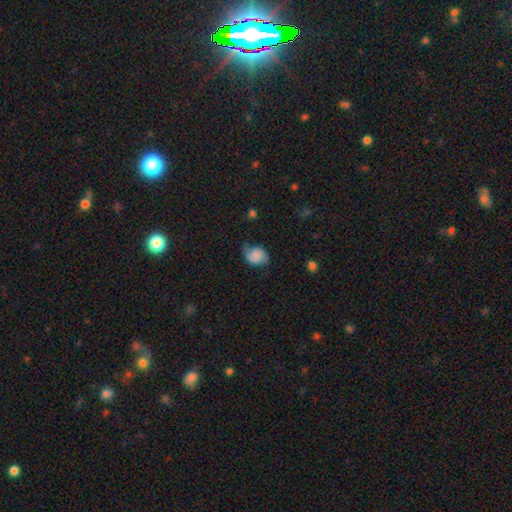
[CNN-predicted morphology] smooth 64%, featured or disk 26%, star or artifact 10%. Down the decision tree: how rounded — in between (59%); merging — none (50%).